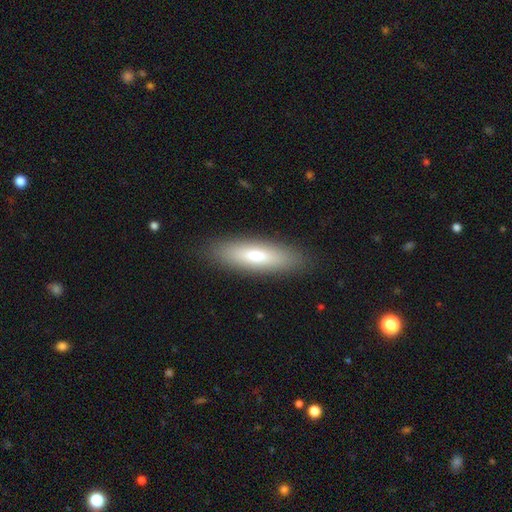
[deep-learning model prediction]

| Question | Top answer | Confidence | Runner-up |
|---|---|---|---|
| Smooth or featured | smooth | 67% | featured or disk (25%) |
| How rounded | cigar-shaped | 59% | in between (39%) |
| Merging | none | 89% | minor disturbance (8%) |